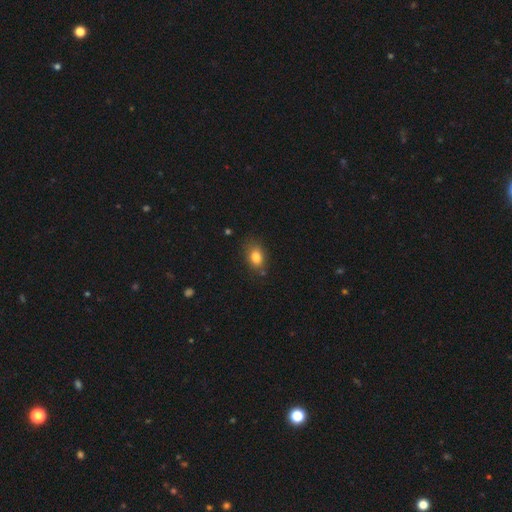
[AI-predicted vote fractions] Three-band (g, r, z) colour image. It shows a smooth galaxy with no disk features (82%) that is in between round and cigar-shaped (76%). Merging: none (76%).